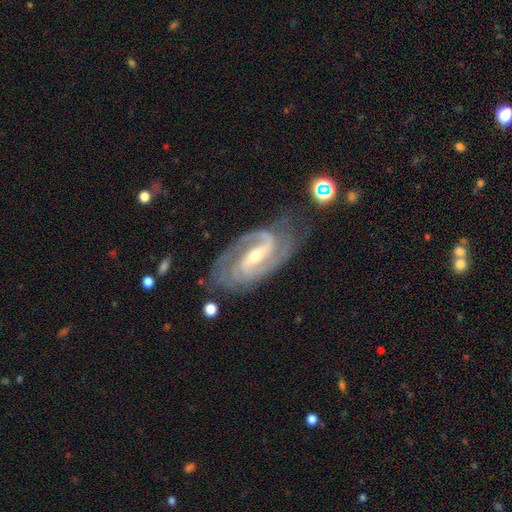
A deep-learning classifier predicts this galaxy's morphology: smooth_or_featured: featured or disk (p=0.92) [alt: star or artifact p=0.05]
disk_edge_on: no (p=0.96) [alt: yes p=0.04]
bar: strong (p=0.41) [alt: weak p=0.38]
has_spiral_arms: yes (p=0.98) [alt: no p=0.02]
spiral_winding: medium (p=0.47) [alt: tight p=0.42]
spiral_arm_count: 2 (p=0.77) [alt: 3 p=0.10]
bulge_size: small (p=0.51) [alt: moderate p=0.46]
merging: none (p=0.73) [alt: minor disturbance p=0.18]